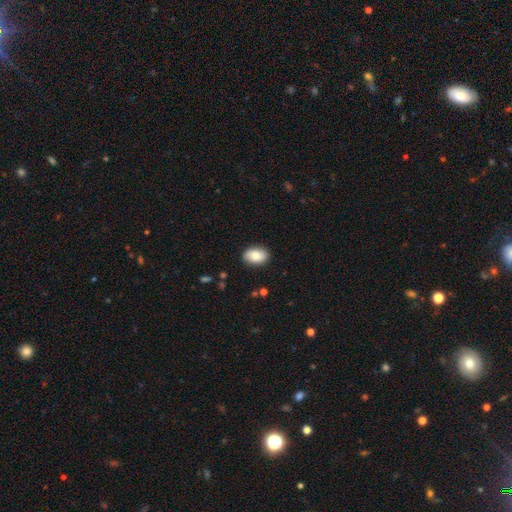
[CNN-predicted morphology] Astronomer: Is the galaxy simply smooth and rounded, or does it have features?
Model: smooth — 82%.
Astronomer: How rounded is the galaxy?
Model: in between — 88%.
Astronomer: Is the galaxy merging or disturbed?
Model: none — 86%.